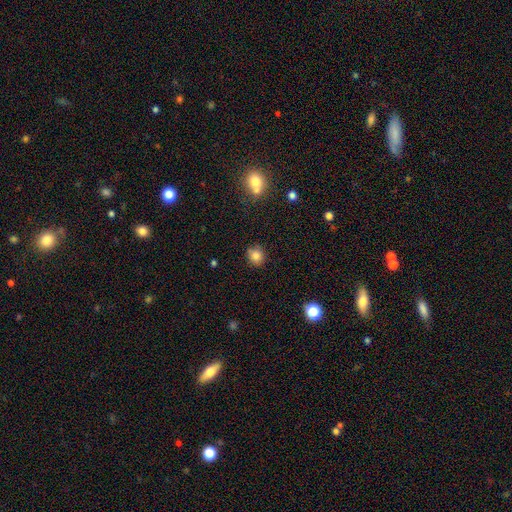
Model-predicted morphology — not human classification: smooth_or_featured: smooth (p=0.82) [alt: star or artifact p=0.12]
how_rounded: round (p=0.82) [alt: in between p=0.17]
merging: none (p=0.83) [alt: minor disturbance p=0.12]